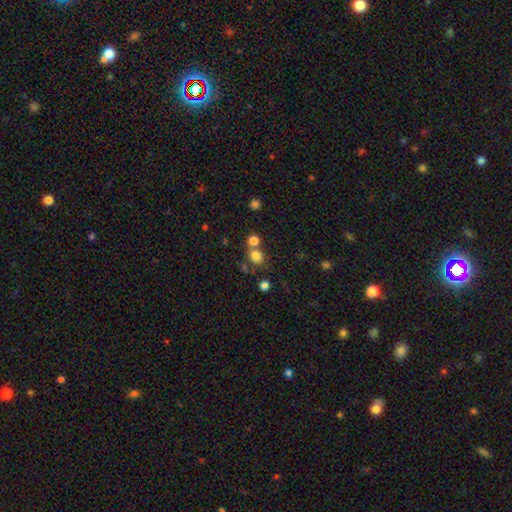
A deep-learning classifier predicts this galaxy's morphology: smooth-or-featured: smooth: 78% | star or artifact: 15% | featured or disk: 7%
  how-rounded: round: 79% | in between: 20% | cigar-shaped: 1%
  merging: none: 60% | merger: 28% | minor disturbance: 9% | major disturbance: 4%